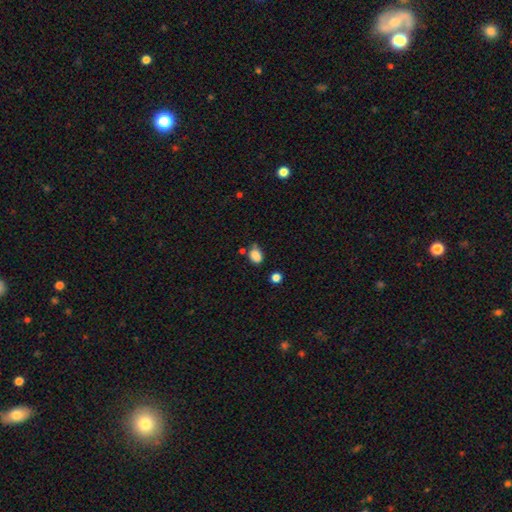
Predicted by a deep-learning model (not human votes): Overall: smooth (84%). How rounded: in between (69%; round 30%). Merging: none (53%; minor disturbance 29%).